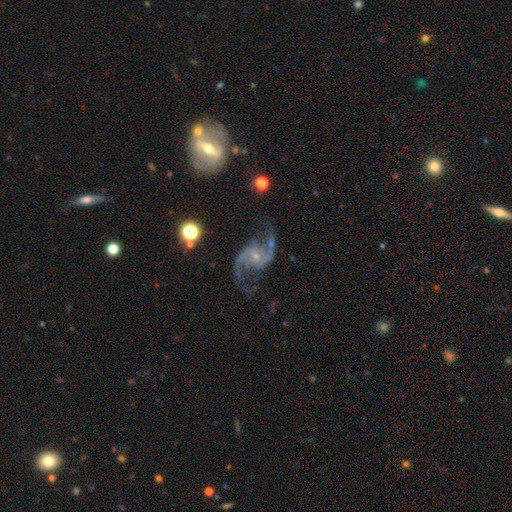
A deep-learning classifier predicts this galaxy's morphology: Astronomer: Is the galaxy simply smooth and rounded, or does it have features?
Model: featured or disk — 91%.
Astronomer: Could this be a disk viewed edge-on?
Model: no — 98%.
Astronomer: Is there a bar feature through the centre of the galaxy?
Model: no — 56% (runner-up: weak, 33%).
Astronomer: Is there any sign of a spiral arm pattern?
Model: yes — 98%.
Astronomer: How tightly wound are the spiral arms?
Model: loose — 60%.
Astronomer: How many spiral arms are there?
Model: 2 — 94%.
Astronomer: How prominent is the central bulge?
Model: small — 73%.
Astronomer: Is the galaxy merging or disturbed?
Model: none — 69%.